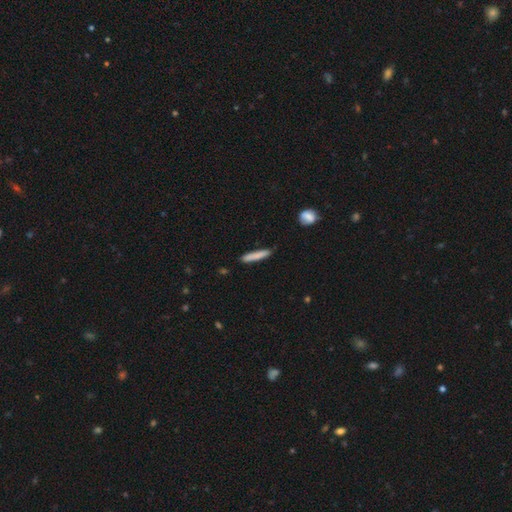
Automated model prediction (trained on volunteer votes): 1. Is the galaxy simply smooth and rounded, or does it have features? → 82% smooth, 12% featured or disk, 6% star or artifact.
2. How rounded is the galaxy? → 93% cigar-shaped, 6% in between, 1% round.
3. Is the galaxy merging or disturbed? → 86% none, 11% minor disturbance, 2% major disturbance, 2% merger.